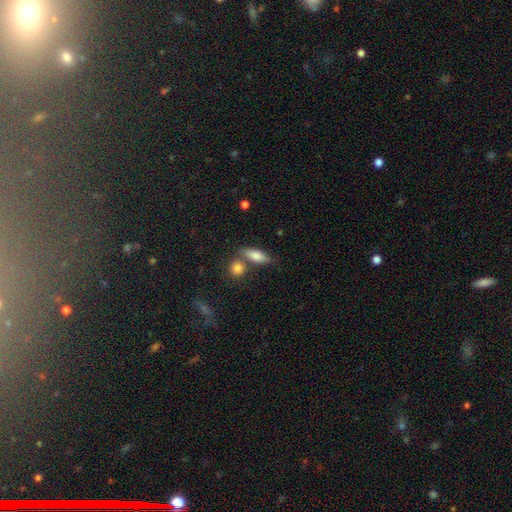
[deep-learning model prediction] Smooth or featured?
  - smooth: 76% *
  - featured or disk: 16%
  - star or artifact: 8%
How rounded?
  - in between: 63% *
  - cigar-shaped: 32%
  - round: 5%
Merging?
  - none: 62% *
  - merger: 21%
  - minor disturbance: 13%
  - major disturbance: 4%